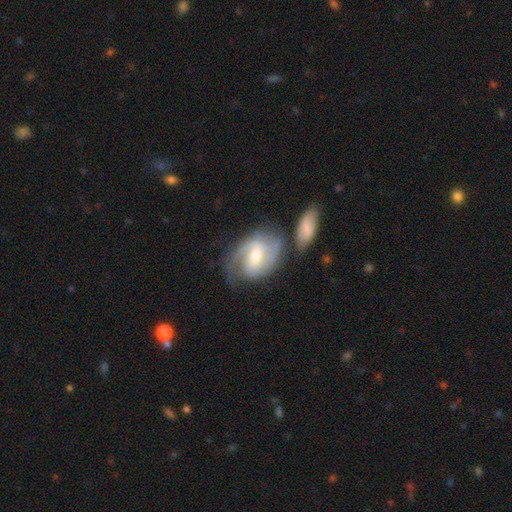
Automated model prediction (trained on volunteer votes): Overall: featured or disk (77%). Edge-on disk: no (96%). Bar: weak (55%; strong 23%). Spiral arms: yes (93%). Spiral arm count: 2 (69%). Spiral winding: medium (47%; tight 33%). Bulge size: moderate (61%; small 31%). Merging: none (55%; minor disturbance 20%).